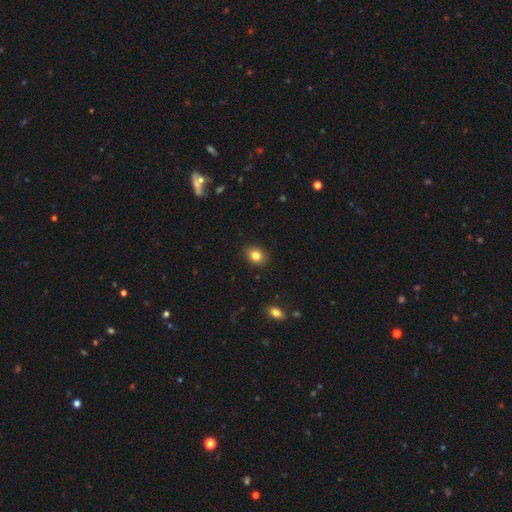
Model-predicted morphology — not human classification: The model was most divided on "how rounded": round: 51%, in between: 48%, cigar-shaped: 1%. More confident: merging — none (89%); smooth or featured — smooth (83%).